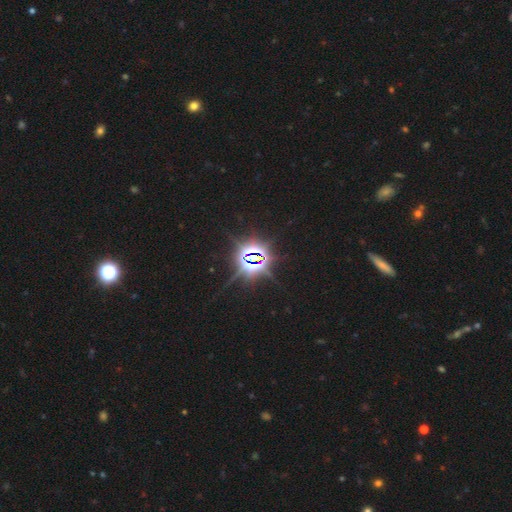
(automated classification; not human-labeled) Smooth or featured? star or artifact (85%)